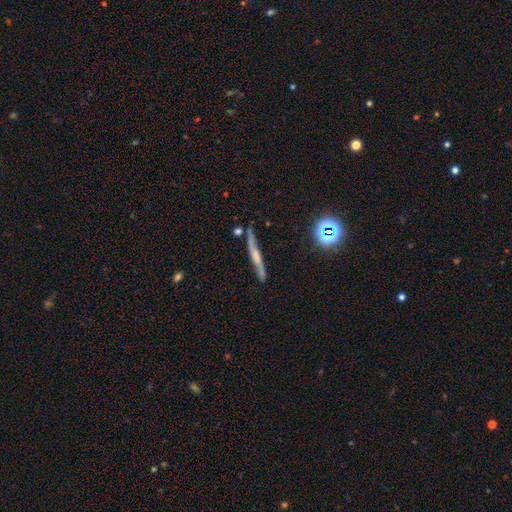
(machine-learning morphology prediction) Smooth or featured?
  - featured or disk: 54% *
  - smooth: 32%
  - star or artifact: 13%
Edge-on disk?
  - yes: 86% *
  - no: 14%
Merging?
  - none: 75% *
  - minor disturbance: 17%
  - merger: 4%
  - major disturbance: 4%